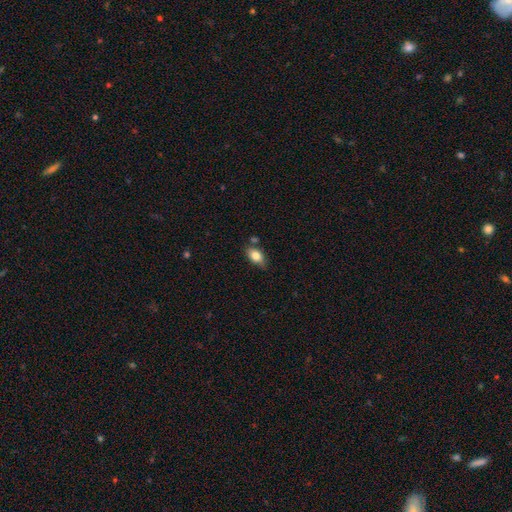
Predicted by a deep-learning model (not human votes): smooth_or_featured: smooth (p=0.81) [alt: featured or disk p=0.11]
how_rounded: in between (p=0.86) [alt: round p=0.11]
merging: none (p=0.69) [alt: minor disturbance p=0.19]